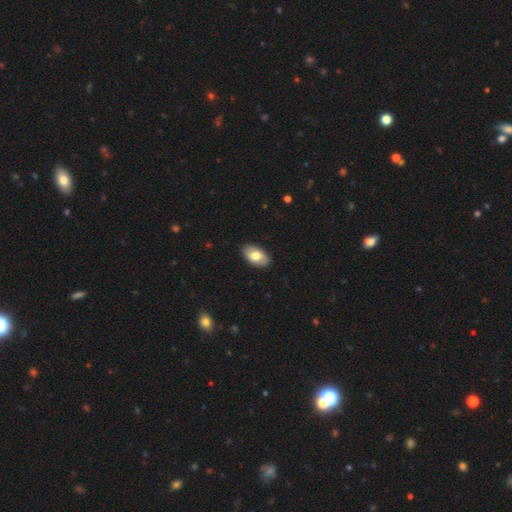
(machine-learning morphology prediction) type=smooth (75%); roundness=in between (94%); merging=none (88%).